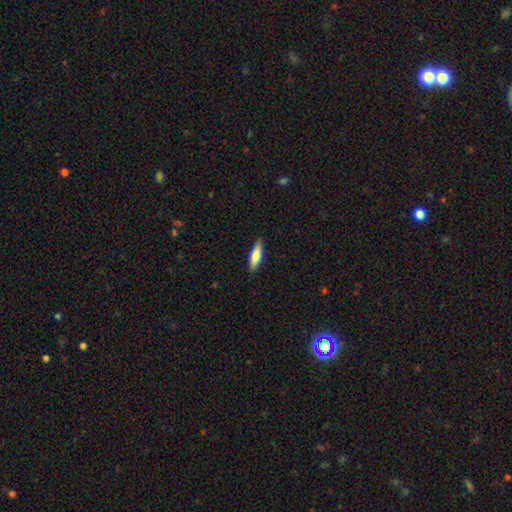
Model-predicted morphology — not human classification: type=smooth (77%); roundness=cigar-shaped (63%); merging=none (87%).